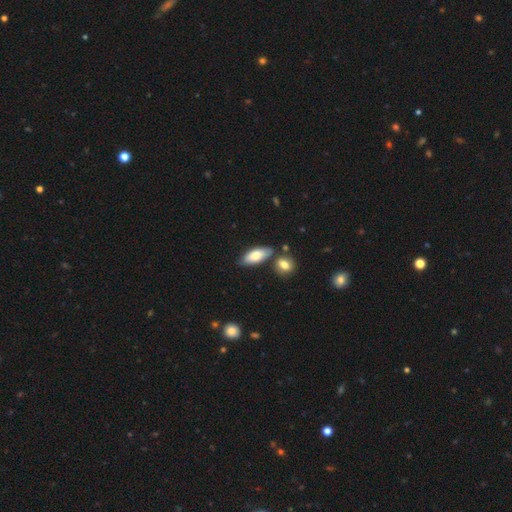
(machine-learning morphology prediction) Smooth or featured? smooth (75%)
How rounded? in between (80%)
Merging? none (72%)